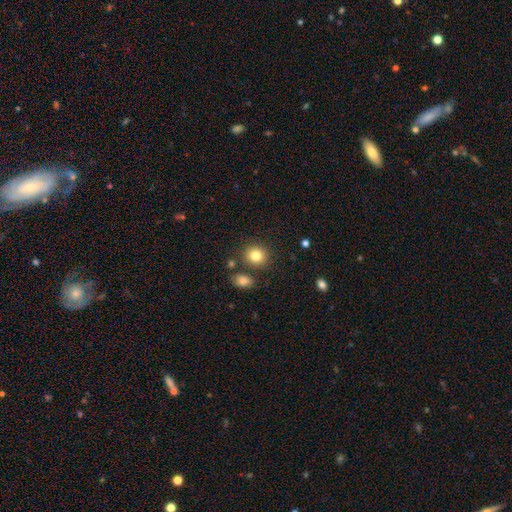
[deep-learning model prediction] smooth-or-featured: smooth: 82% | star or artifact: 10% | featured or disk: 7%
  how-rounded: round: 78% | in between: 21% | cigar-shaped: 1%
  merging: none: 80% | minor disturbance: 9% | merger: 8% | major disturbance: 3%